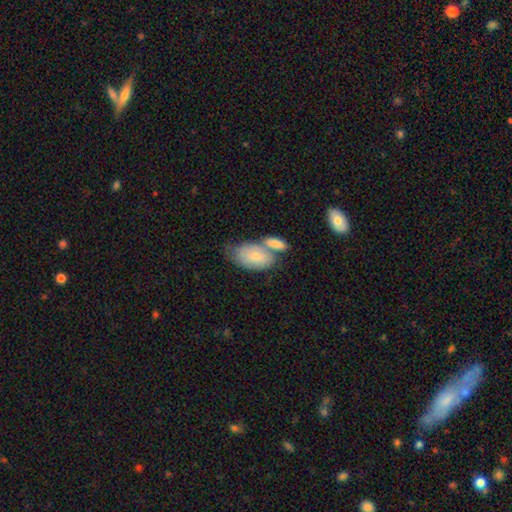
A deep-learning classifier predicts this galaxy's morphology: Smooth or featured: smooth — 69% (featured or disk — 26%)
How rounded: in between — 91% (round — 7%)
Merging: merger — 44% (none — 32%)